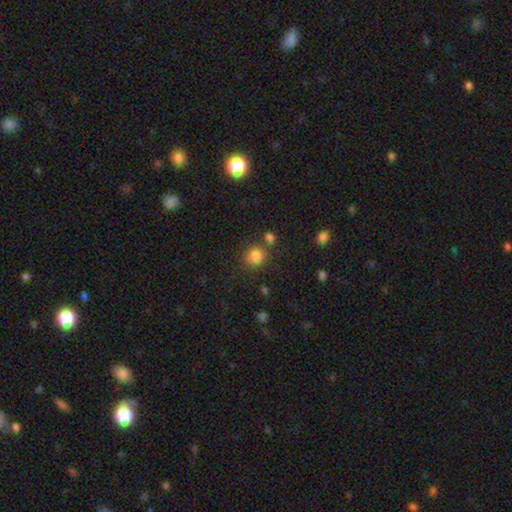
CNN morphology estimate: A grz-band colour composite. It shows a smooth galaxy with no disk features (84%) that is round (86%). Merging: none (74%).